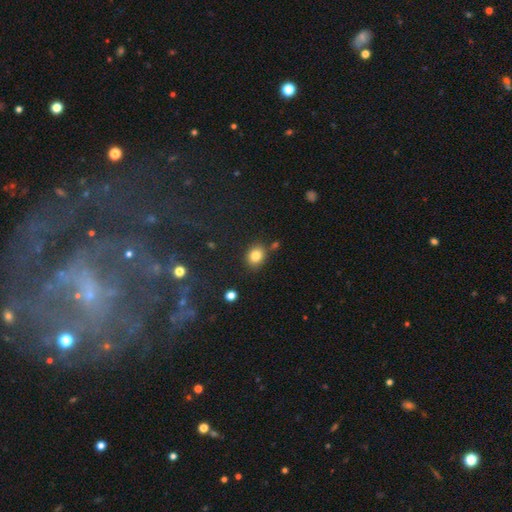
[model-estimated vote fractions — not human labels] smooth_or_featured: smooth (p=0.83) [alt: star or artifact p=0.11]
how_rounded: round (p=0.58) [alt: in between p=0.41]
merging: none (p=0.78) [alt: minor disturbance p=0.12]